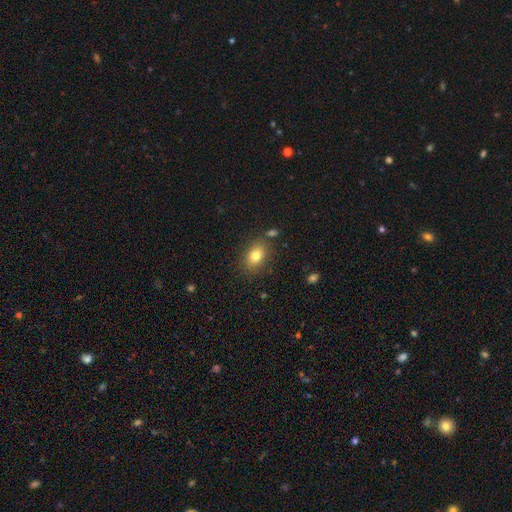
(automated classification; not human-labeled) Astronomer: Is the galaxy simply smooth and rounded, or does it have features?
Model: smooth — 79%.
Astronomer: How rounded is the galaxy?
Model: in between — 77%.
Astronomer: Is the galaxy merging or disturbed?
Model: none — 82%.